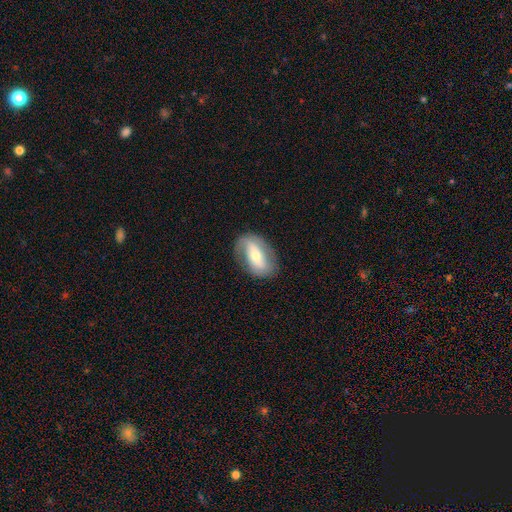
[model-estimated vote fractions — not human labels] smooth_or_featured: featured or disk (p=0.63) [alt: smooth p=0.31]
disk_edge_on: no (p=0.90) [alt: yes p=0.10]
bar: strong (p=0.43) [alt: no p=0.29]
has_spiral_arms: yes (p=0.70) [alt: no p=0.30]
bulge_size: moderate (p=0.54) [alt: small p=0.38]
merging: none (p=0.79) [alt: minor disturbance p=0.14]